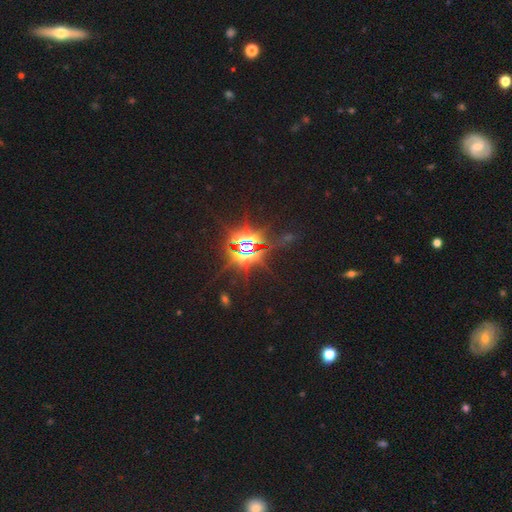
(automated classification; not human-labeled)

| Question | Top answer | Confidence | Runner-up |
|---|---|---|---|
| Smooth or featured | star or artifact | 85% | featured or disk (8%) |